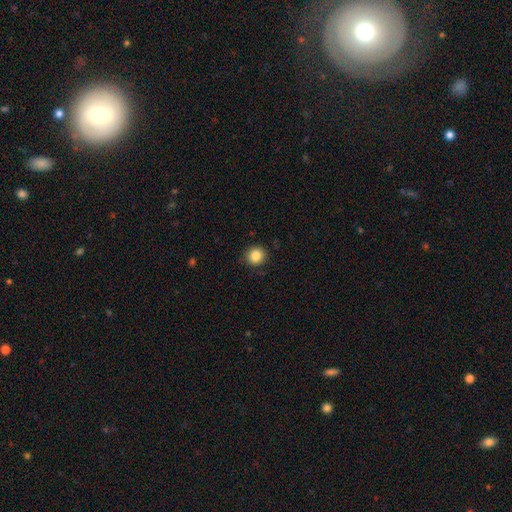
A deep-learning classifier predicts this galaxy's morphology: This is clearly a smooth galaxy (85%). How rounded: clearly round (92%). Merging: clearly none (90%).